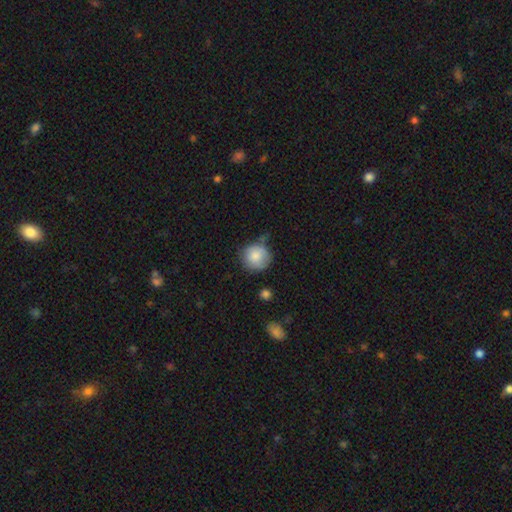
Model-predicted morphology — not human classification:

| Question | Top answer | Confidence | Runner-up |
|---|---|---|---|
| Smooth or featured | smooth | 82% | featured or disk (10%) |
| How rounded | round | 90% | in between (9%) |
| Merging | none | 61% | minor disturbance (26%) |